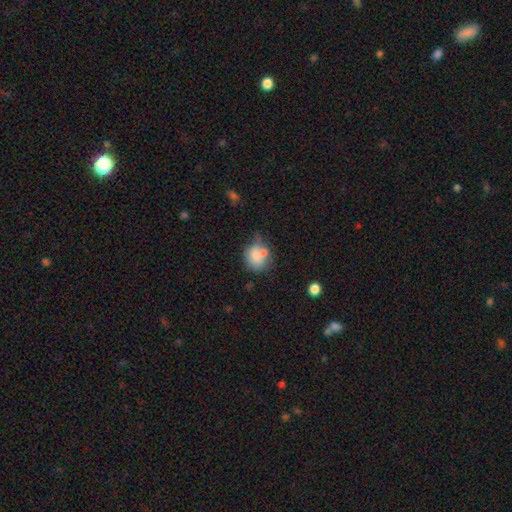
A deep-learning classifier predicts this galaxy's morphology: Q: Smooth or featured?
A: smooth (74%); runner-up: featured or disk (16%)
Q: How rounded?
A: round (55%); runner-up: in between (43%)
Q: Merging?
A: none (39%); runner-up: merger (29%)